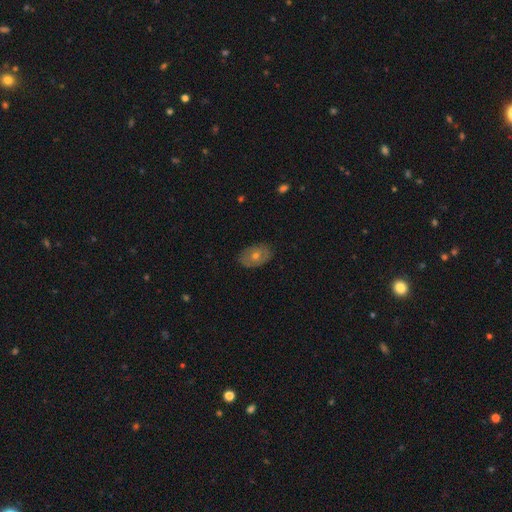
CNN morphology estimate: This is possibly a featured or disk galaxy (47%). Merging: clearly none (83%).